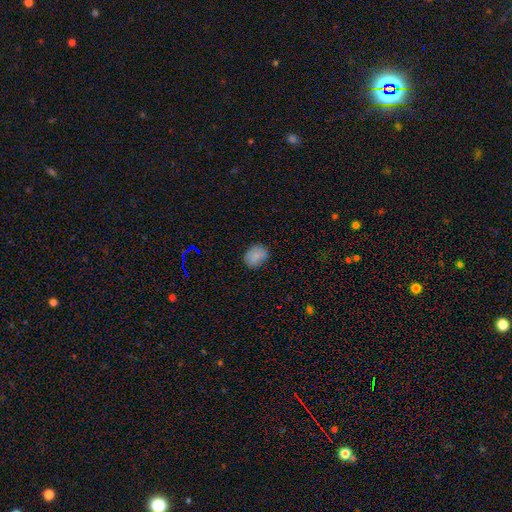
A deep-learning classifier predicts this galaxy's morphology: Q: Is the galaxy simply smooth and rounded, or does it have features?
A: smooth — 80%.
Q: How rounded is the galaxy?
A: round — 58%.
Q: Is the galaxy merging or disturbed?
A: none — 81%.